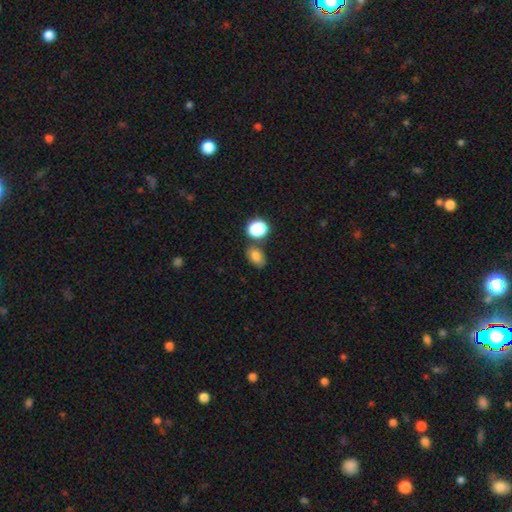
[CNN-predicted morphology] Smooth or featured? Predicted: smooth (p=0.78). How rounded? Predicted: in between (p=0.76). Merging? Predicted: none (p=0.71).